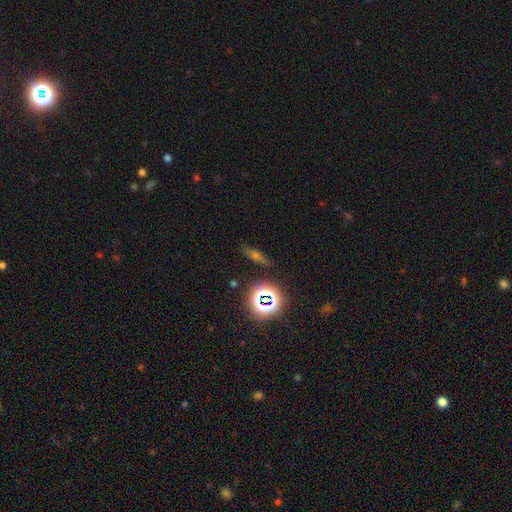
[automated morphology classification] A star or artifact, not a galaxy (36%).